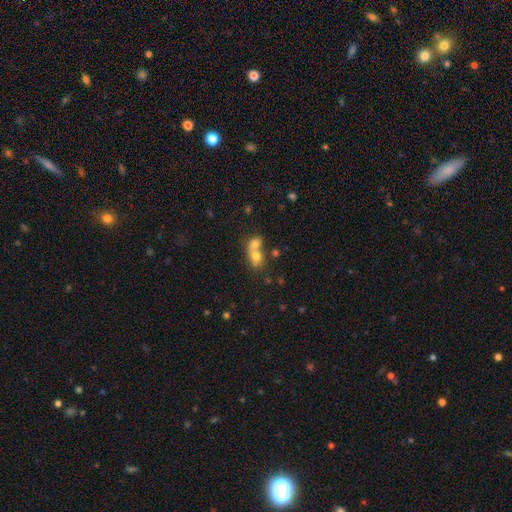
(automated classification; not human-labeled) This is likely a smooth galaxy (69%). How rounded: possibly round (55%). Merging: likely merger (72%).